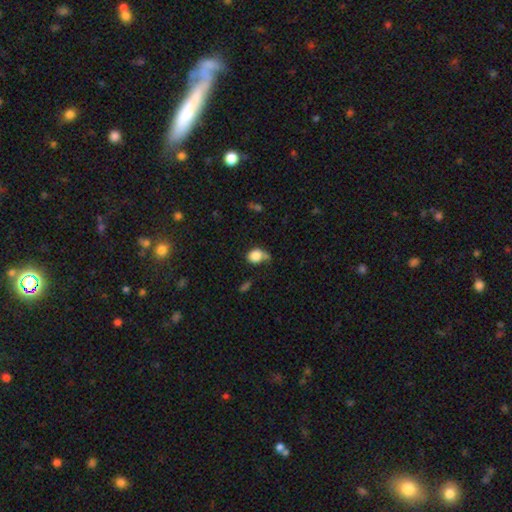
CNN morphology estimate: This is clearly a smooth galaxy (82%). How rounded: possibly round (57%). Merging: marginally none (43%).